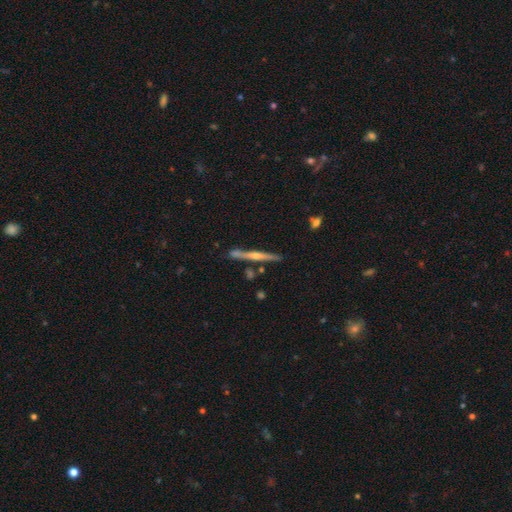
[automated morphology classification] Smooth or featured? Predicted: featured or disk (p=0.75). Edge-on disk? Predicted: yes (p=0.98). Edge-on bulge? Predicted: rounded (p=0.74). Merging? Predicted: none (p=0.85).